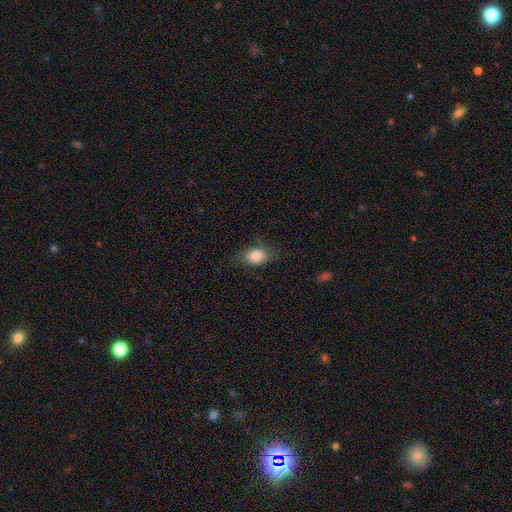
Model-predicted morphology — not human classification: The model was most divided on "how rounded": in between: 70%, round: 28%, cigar-shaped: 2%. More confident: smooth or featured — smooth (81%); merging — none (70%).